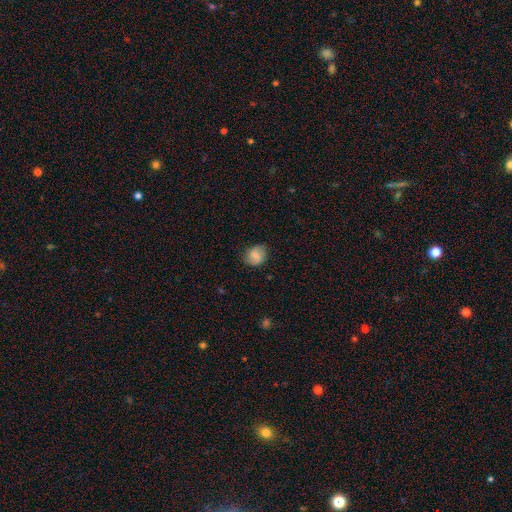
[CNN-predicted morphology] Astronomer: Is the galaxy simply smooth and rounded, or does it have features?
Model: smooth — 65%.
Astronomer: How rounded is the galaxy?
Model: round — 65%.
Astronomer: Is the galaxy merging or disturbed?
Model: none — 78%.